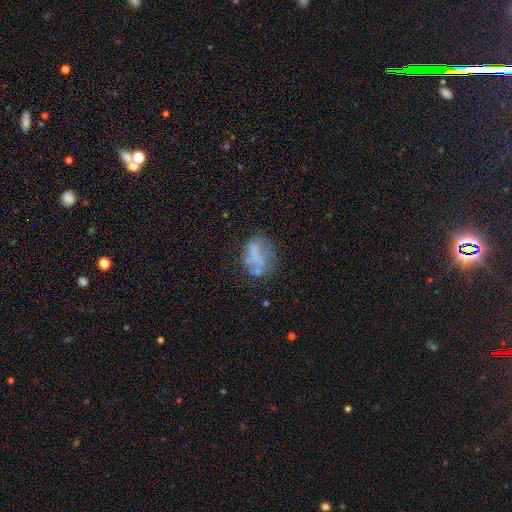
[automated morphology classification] smooth_or_featured: smooth (p=0.51) [alt: featured or disk p=0.36]
how_rounded: in between (p=0.71) [alt: round p=0.27]
merging: none (p=0.45) [alt: minor disturbance p=0.23]